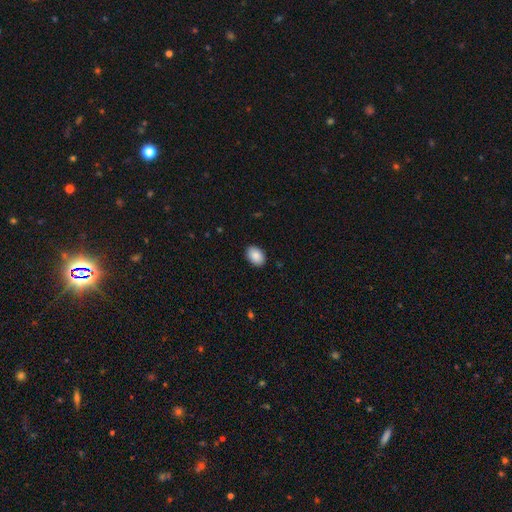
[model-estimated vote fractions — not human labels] This appears to be a smooth galaxy with no disk features (89%) that is in between round and cigar-shaped (85%). Merging: none (90%).